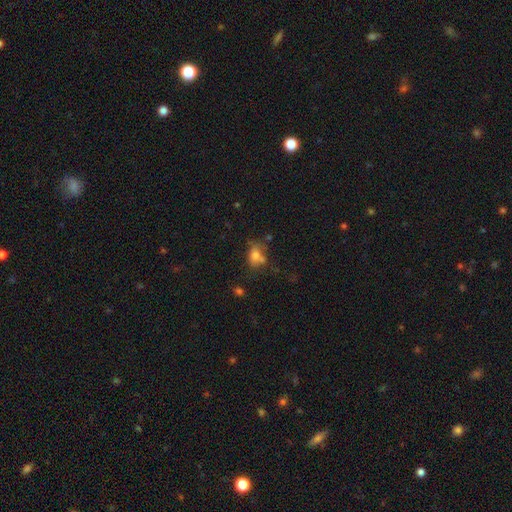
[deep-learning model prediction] Morphology: type=smooth (70%); roundness=in between (63%); merging=none (45%).